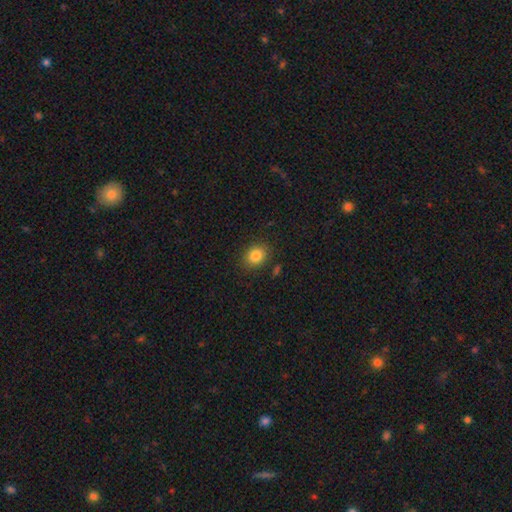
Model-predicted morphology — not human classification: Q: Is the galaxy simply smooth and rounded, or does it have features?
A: smooth — 84%.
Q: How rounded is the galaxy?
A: round — 55%.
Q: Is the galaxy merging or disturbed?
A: none — 85%.